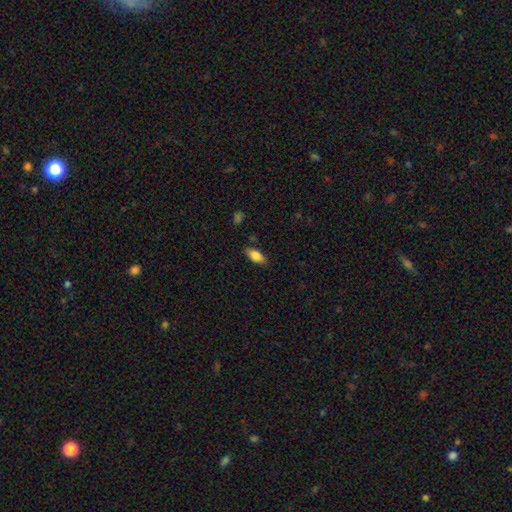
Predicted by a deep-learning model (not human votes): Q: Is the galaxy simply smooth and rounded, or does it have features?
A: smooth — 84%.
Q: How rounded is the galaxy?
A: in between — 87%.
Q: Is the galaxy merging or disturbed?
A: none — 83%.